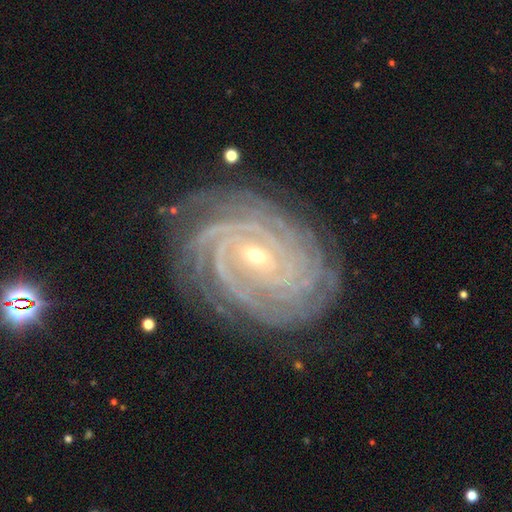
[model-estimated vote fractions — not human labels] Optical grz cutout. It shows a featured or disk galaxy (93%) with a weak bar (41%), 4 (28%) tight (87%) spiral arms (99%) and a small central bulge (63%). Merging: none (81%).